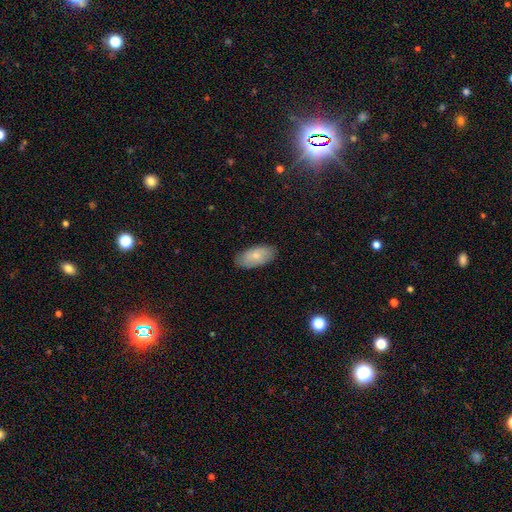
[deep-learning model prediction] A smooth galaxy with no disk features (72%) that is in between round and cigar-shaped (93%).

Vote fractions:
- Smooth or featured? smooth: 72% / featured or disk: 22% / star or artifact: 6%
- How rounded? in between: 93% / cigar-shaped: 4% / round: 3%
- Merging? none: 83% / minor disturbance: 14% / major disturbance: 2% / merger: 1%